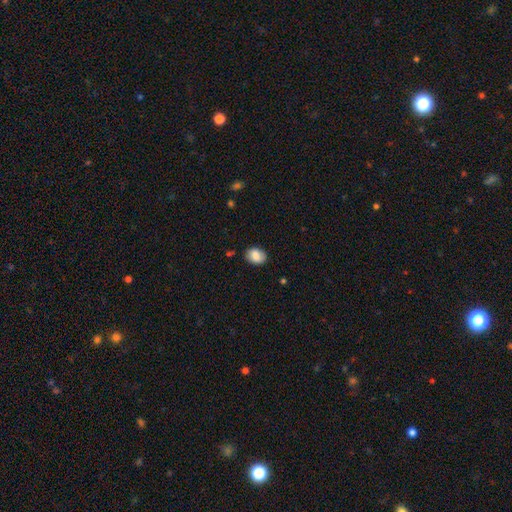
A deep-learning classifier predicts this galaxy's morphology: Smooth or featured? Predicted: smooth (p=0.85). How rounded? Predicted: in between (p=0.62). Merging? Predicted: none (p=0.82).